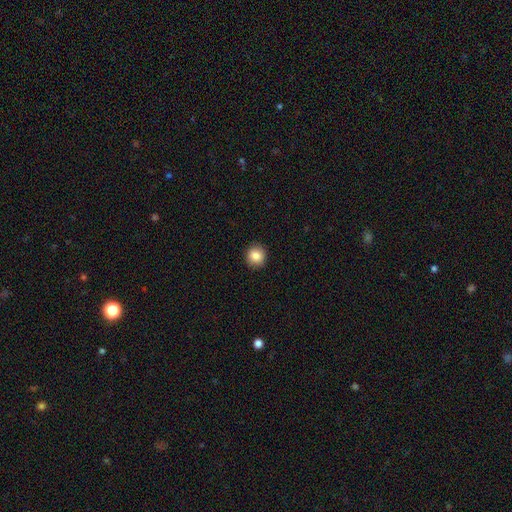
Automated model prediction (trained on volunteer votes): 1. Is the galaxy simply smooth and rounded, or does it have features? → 86% smooth, 9% star or artifact, 5% featured or disk.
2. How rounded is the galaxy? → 90% round, 9% in between, 1% cigar-shaped.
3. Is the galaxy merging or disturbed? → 91% none, 7% minor disturbance, 2% major disturbance, 1% merger.